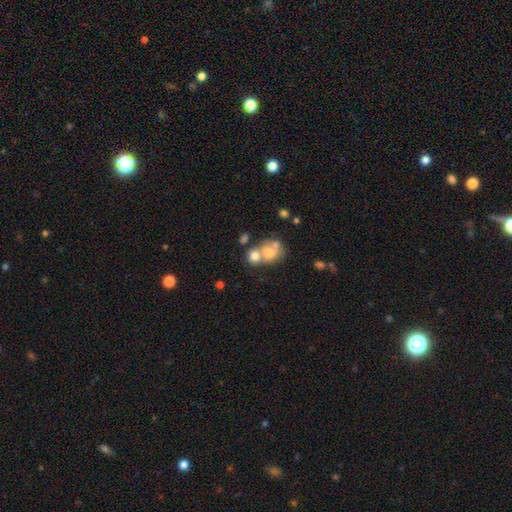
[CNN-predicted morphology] This is likely a smooth galaxy (63%). How rounded: possibly round (53%). Merging: possibly merger (55%).